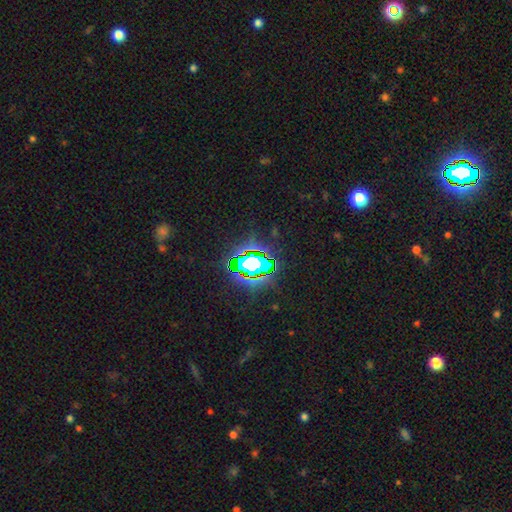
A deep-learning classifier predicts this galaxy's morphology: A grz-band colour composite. It shows a star or artifact, not a galaxy (79%).